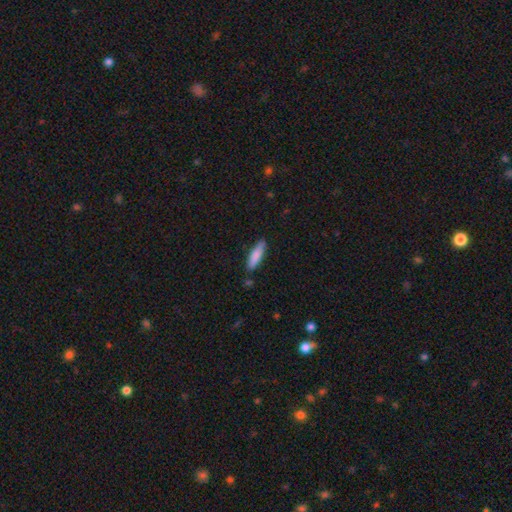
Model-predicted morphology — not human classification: smooth 82%, featured or disk 13%, star or artifact 5%. Down the decision tree: how rounded — cigar-shaped (71%); merging — none (85%).